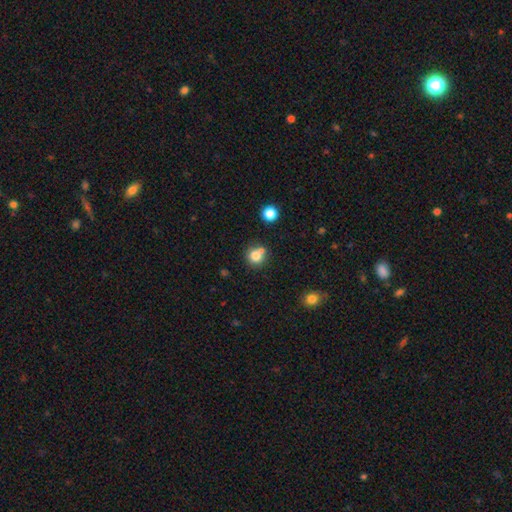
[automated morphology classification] Smooth or featured? smooth (78%)
How rounded? round (89%)
Merging? none (61%)